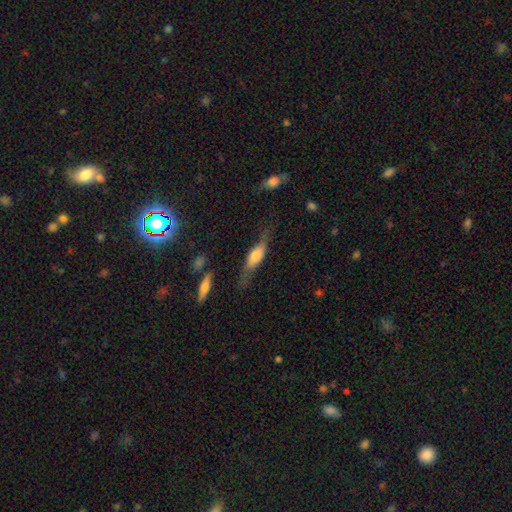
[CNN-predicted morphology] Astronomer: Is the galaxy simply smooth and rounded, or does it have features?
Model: featured or disk — 48% (runner-up: smooth, 45%).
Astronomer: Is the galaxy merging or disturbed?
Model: none — 62%.